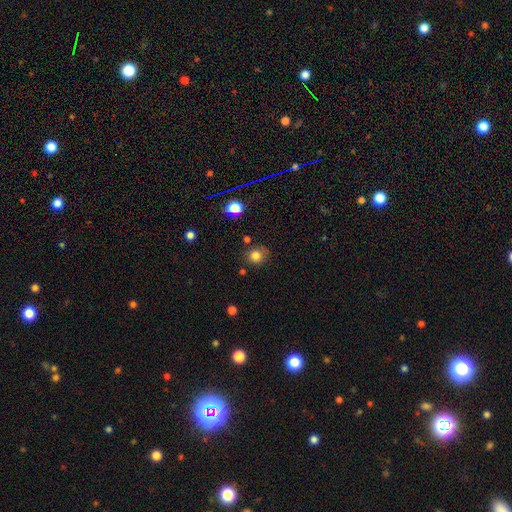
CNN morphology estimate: The model was most divided on "how rounded": round: 79%, in between: 20%, cigar-shaped: 1%. More confident: smooth or featured — smooth (81%); merging — none (77%).